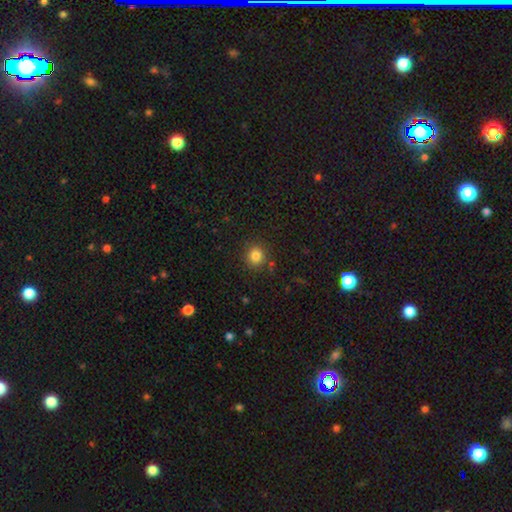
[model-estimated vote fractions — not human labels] A smooth galaxy with no disk features (83%) that is round (88%).

Vote fractions:
- Smooth or featured? smooth: 83% / star or artifact: 12% / featured or disk: 6%
- How rounded? round: 88% / in between: 11% / cigar-shaped: 1%
- Merging? none: 87% / minor disturbance: 8% / major disturbance: 3% / merger: 2%